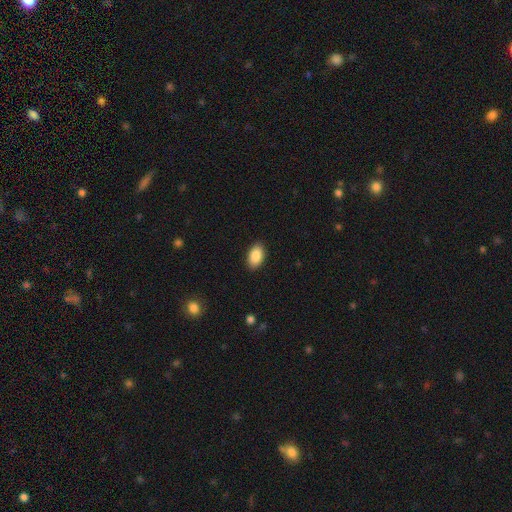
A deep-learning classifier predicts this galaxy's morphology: Smooth or featured? Predicted: smooth (p=0.89). How rounded? Predicted: in between (p=0.93). Merging? Predicted: none (p=0.89).